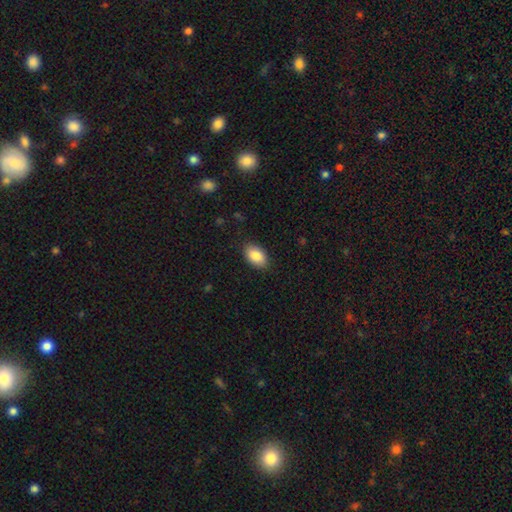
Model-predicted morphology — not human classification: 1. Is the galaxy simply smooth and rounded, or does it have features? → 87% smooth, 7% star or artifact, 6% featured or disk.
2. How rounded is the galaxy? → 91% in between, 7% round, 1% cigar-shaped.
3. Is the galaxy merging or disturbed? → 86% none, 10% minor disturbance, 2% major disturbance, 1% merger.